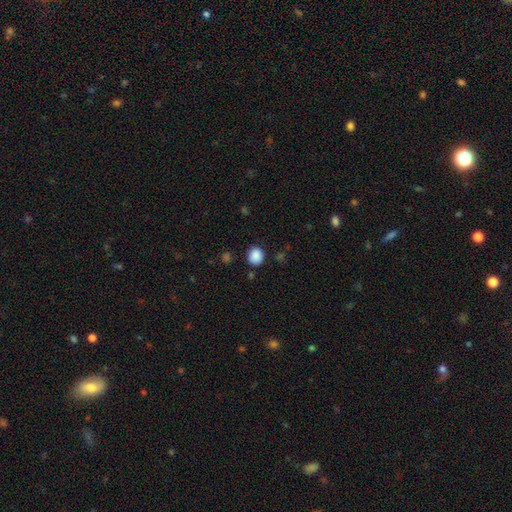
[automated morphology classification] Overall: smooth (88%). How rounded: round (76%). Merging: none (85%).